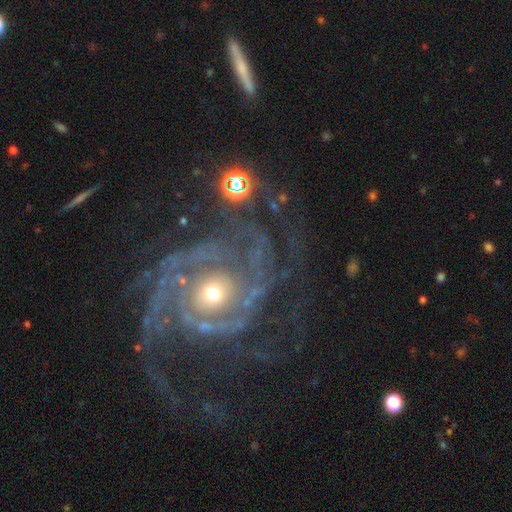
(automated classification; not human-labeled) A featured or disk galaxy (91%) with no bar (74%), 2 (25%) tight (58%) spiral arms (98%) and a moderate central bulge (52%).

Vote fractions:
- Smooth or featured? featured or disk: 91% / star or artifact: 6% / smooth: 3%
- Edge-on disk? no: 97% / yes: 3%
- Bar? no: 74% / weak: 18% / strong: 8%
- Spiral arms? yes: 98% / no: 2%
- Spiral winding? tight: 58% / medium: 33% / loose: 9%
- Spiral arm count? 2: 25% / 3: 22% / can't tell: 18% / 4: 15% / more than 4: 10% / 1: 9%
- Bulge size? moderate: 52% / small: 43% / large: 3% / none: 1% / dominant: 1%
- Merging? none: 59% / major disturbance: 20% / minor disturbance: 17% / merger: 3%